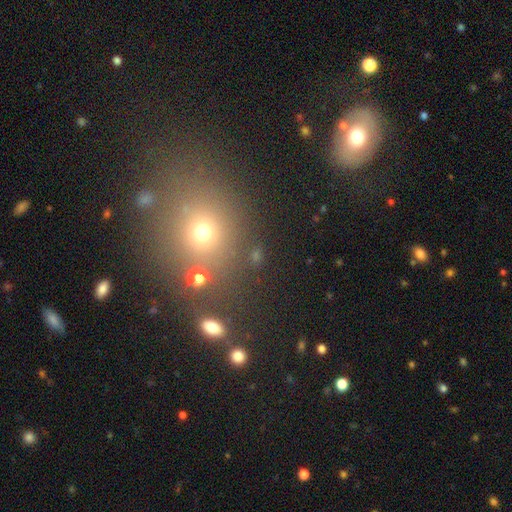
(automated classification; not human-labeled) smooth-or-featured: smooth: 56% | star or artifact: 32% | featured or disk: 12%
  how-rounded: round: 67% | in between: 31% | cigar-shaped: 2%
  merging: none: 74% | minor disturbance: 11% | merger: 9% | major disturbance: 6%